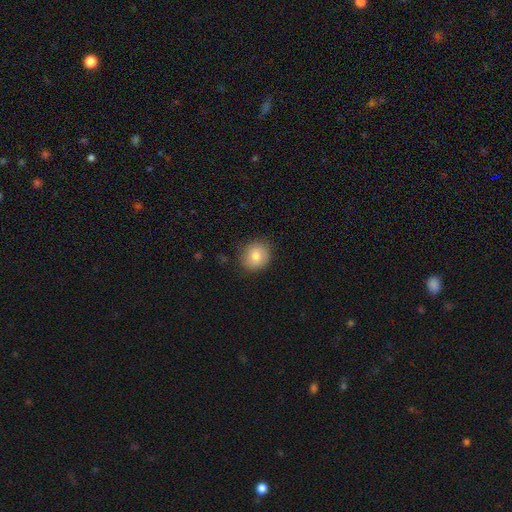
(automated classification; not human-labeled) Smooth or featured: smooth — 80% (featured or disk — 12%)
How rounded: round — 83% (in between — 16%)
Merging: none — 86% (minor disturbance — 10%)